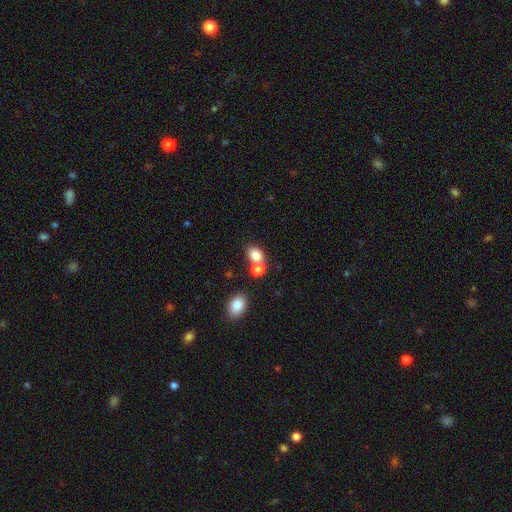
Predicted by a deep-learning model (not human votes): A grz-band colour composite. It shows a smooth galaxy with no disk features (81%) that is in between round and cigar-shaped (64%). Merging: none (48%).